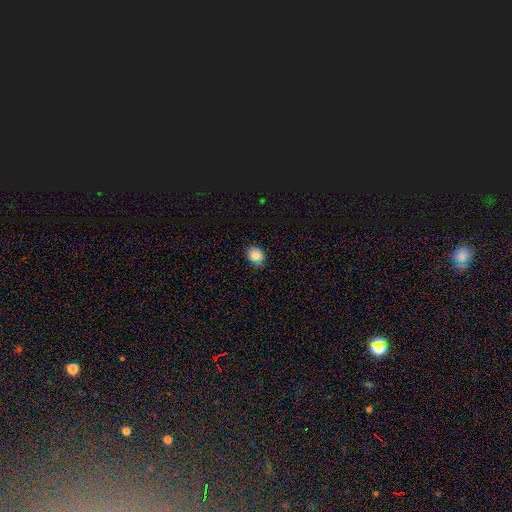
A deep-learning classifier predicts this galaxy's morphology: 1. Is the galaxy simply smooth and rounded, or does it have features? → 82% smooth, 13% star or artifact, 5% featured or disk.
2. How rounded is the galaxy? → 66% round, 33% in between, 1% cigar-shaped.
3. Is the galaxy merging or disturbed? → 84% none, 12% minor disturbance, 2% major disturbance, 2% merger.